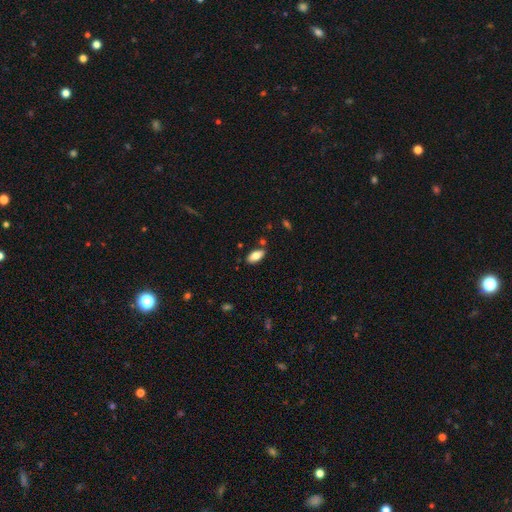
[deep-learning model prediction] A smooth galaxy with no disk features (78%) that is in between round and cigar-shaped (90%).

Vote fractions:
- Smooth or featured? smooth: 78% / featured or disk: 15% / star or artifact: 7%
- How rounded? in between: 90% / cigar-shaped: 8% / round: 2%
- Merging? none: 82% / minor disturbance: 12% / merger: 4% / major disturbance: 2%